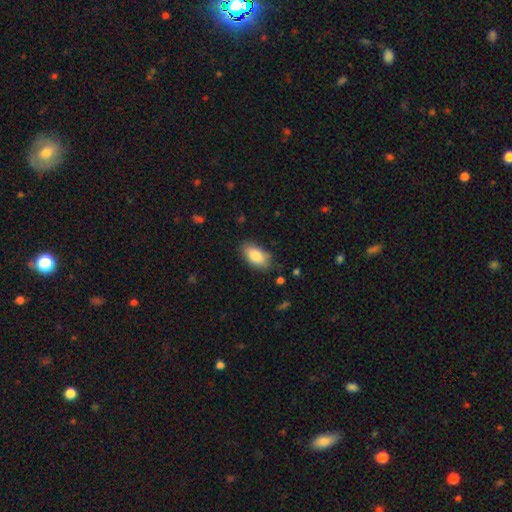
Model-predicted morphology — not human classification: Q: Smooth or featured?
A: smooth (83%); runner-up: featured or disk (10%)
Q: How rounded?
A: in between (92%); runner-up: round (5%)
Q: Merging?
A: none (79%); runner-up: minor disturbance (17%)